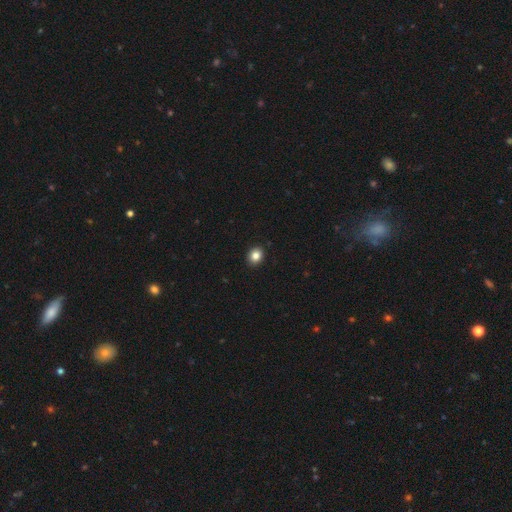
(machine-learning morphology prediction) smooth-or-featured: smooth: 85% | star or artifact: 10% | featured or disk: 5%
  how-rounded: round: 64% | in between: 35% | cigar-shaped: 1%
  merging: none: 92% | minor disturbance: 5% | major disturbance: 1% | merger: 1%